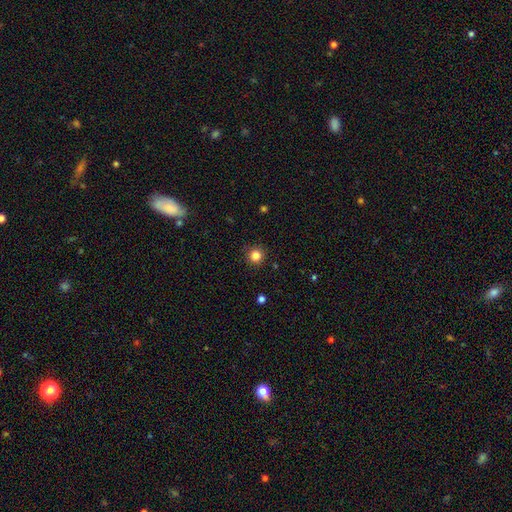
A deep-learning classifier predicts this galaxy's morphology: Overall: smooth (84%). How rounded: round (95%). Merging: none (91%).